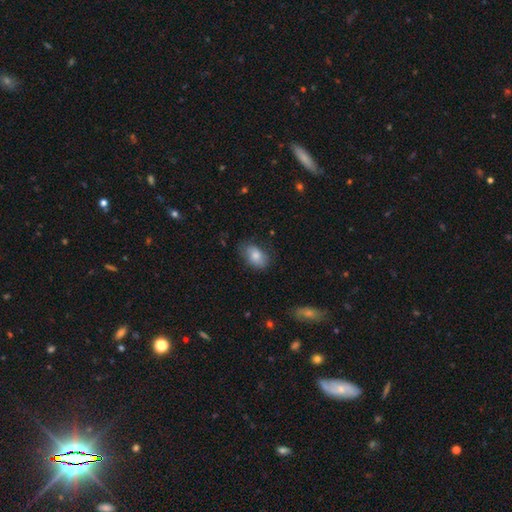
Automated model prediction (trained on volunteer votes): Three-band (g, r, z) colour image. It shows a smooth galaxy with no disk features (79%) that is in between round and cigar-shaped (88%). Merging: none (70%).